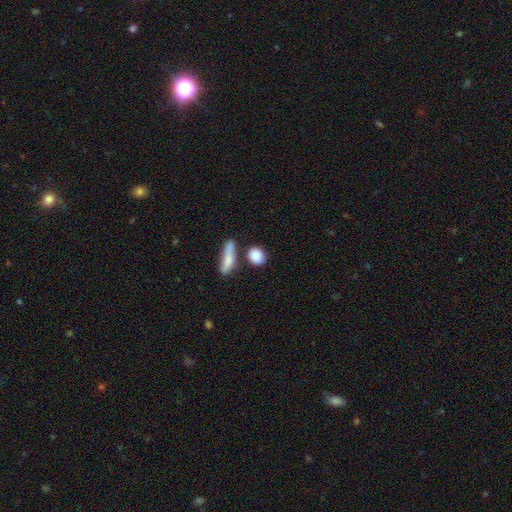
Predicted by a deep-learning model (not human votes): This appears to be a smooth galaxy with no disk features (86%) that is round (54%). Merging: none (70%).